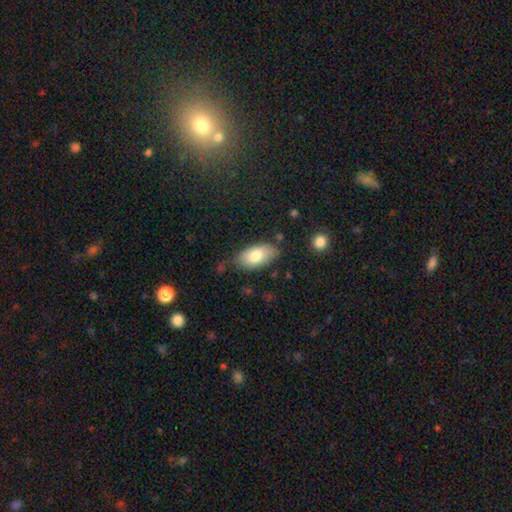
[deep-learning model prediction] Smooth or featured? Predicted: smooth (p=0.80). How rounded? Predicted: in between (p=0.93). Merging? Predicted: none (p=0.75).